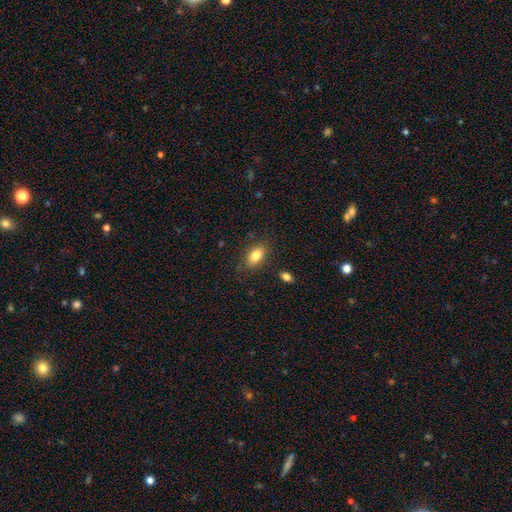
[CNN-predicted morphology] Smooth or featured: smooth — 83% (featured or disk — 9%)
How rounded: in between — 88% (round — 10%)
Merging: none — 83% (minor disturbance — 12%)